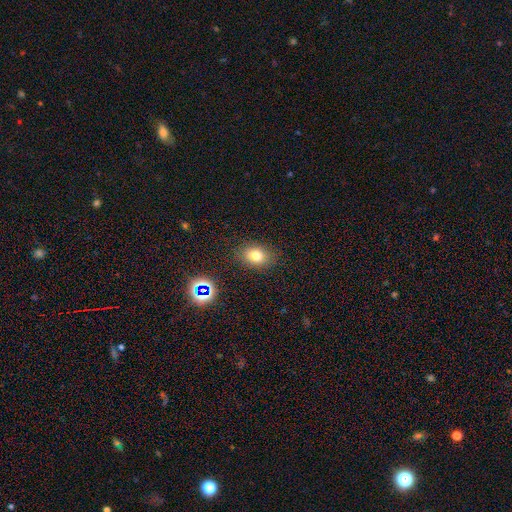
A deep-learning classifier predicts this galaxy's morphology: Smooth or featured?
  - smooth: 76% *
  - star or artifact: 15%
  - featured or disk: 10%
How rounded?
  - in between: 67% *
  - round: 32%
  - cigar-shaped: 1%
Merging?
  - none: 85% *
  - minor disturbance: 10%
  - major disturbance: 3%
  - merger: 2%